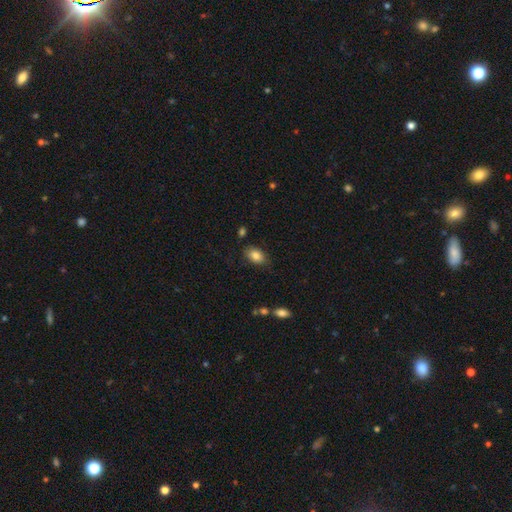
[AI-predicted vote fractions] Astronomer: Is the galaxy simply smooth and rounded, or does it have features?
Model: smooth — 84%.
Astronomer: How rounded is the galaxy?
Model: in between — 87%.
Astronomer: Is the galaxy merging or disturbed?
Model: none — 81%.